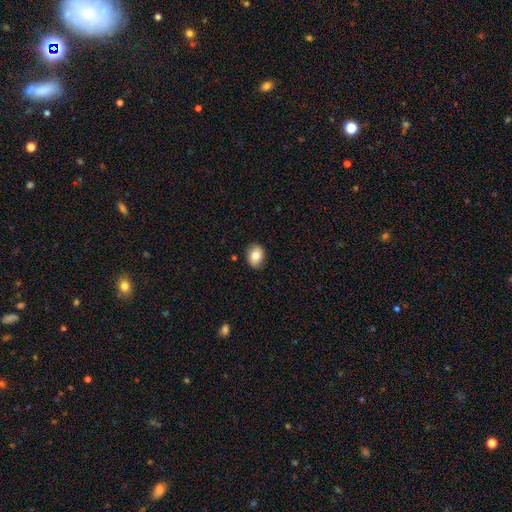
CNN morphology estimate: smooth_or_featured: smooth (p=0.81) [alt: featured or disk p=0.11]
how_rounded: in between (p=0.60) [alt: round p=0.39]
merging: none (p=0.87) [alt: minor disturbance p=0.10]